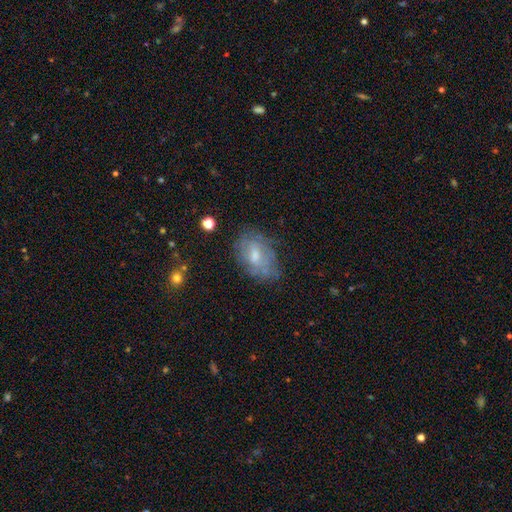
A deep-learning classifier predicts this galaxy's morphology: Smooth or featured? Predicted: featured or disk (p=0.45, tied with smooth). Merging? Predicted: none (p=0.58).